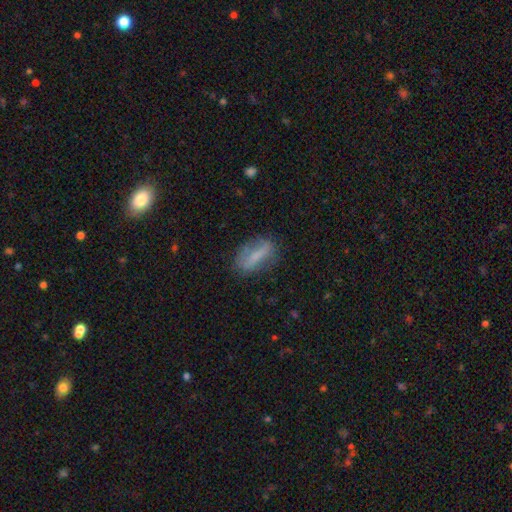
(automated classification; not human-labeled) The model was most divided on "smooth or featured": smooth: 58%, featured or disk: 33%, star or artifact: 9%. More confident: merging — none (69%); how rounded — in between (63%).